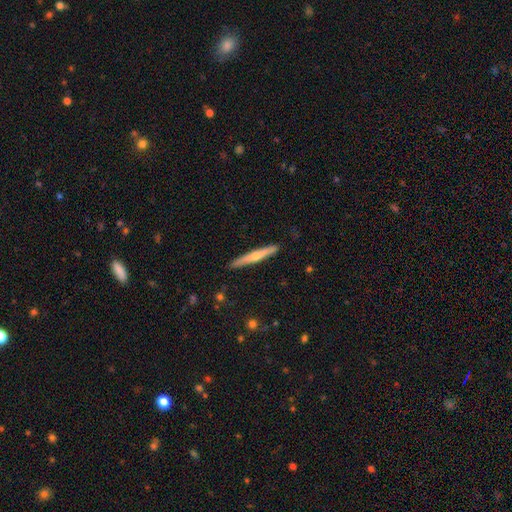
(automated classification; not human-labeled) A featured or disk galaxy (54%) viewed edge-on (96%) with a rounded central bulge (78%). Merging: none (90%).